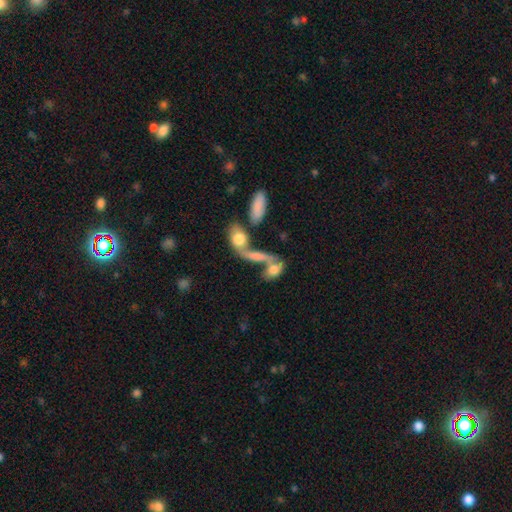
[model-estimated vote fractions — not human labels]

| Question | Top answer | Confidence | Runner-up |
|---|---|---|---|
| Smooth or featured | smooth | 48% | featured or disk (38%) |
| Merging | merger | 55% | none (22%) |